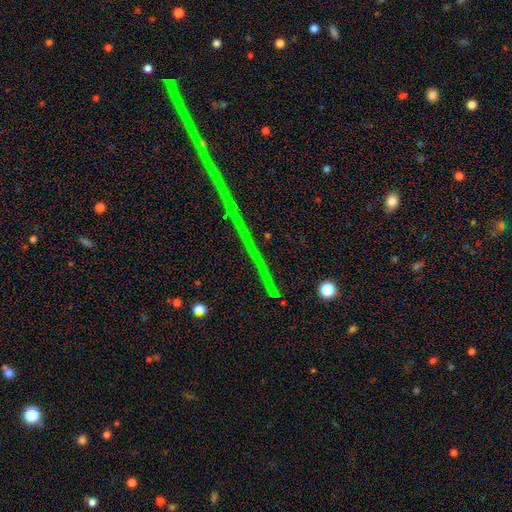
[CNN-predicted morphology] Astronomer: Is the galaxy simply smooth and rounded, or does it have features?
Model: star or artifact — 79%.